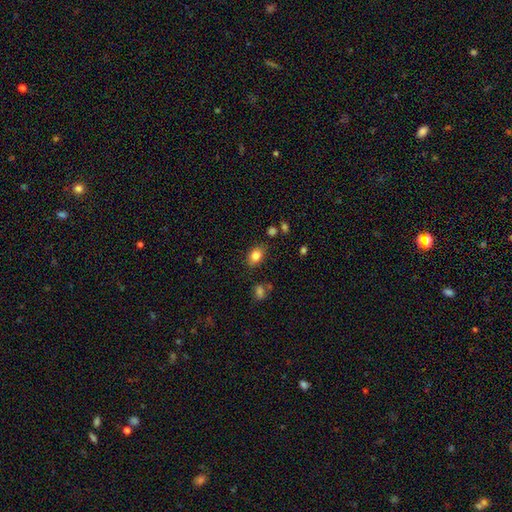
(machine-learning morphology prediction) Smooth or featured? Predicted: smooth (p=0.83). How rounded? Predicted: in between (p=0.74). Merging? Predicted: none (p=0.80).